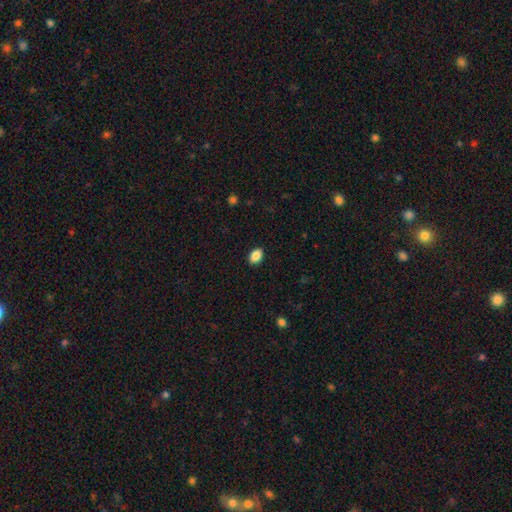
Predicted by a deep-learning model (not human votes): smooth-or-featured: smooth: 89% | star or artifact: 8% | featured or disk: 3%
  how-rounded: in between: 83% | round: 16% | cigar-shaped: 1%
  merging: none: 90% | minor disturbance: 7% | major disturbance: 2% | merger: 1%